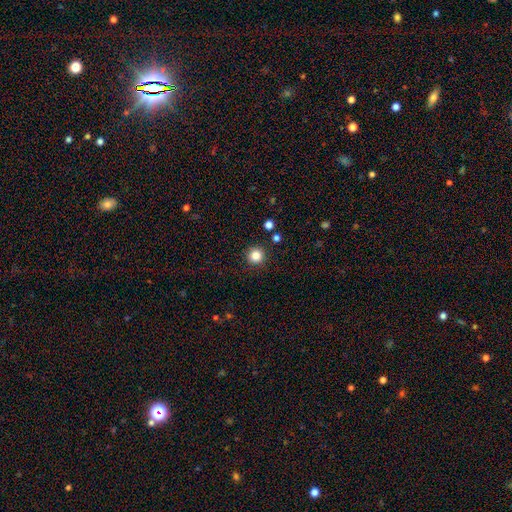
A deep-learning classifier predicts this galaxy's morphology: Smooth or featured? smooth (84%)
How rounded? round (96%)
Merging? none (92%)